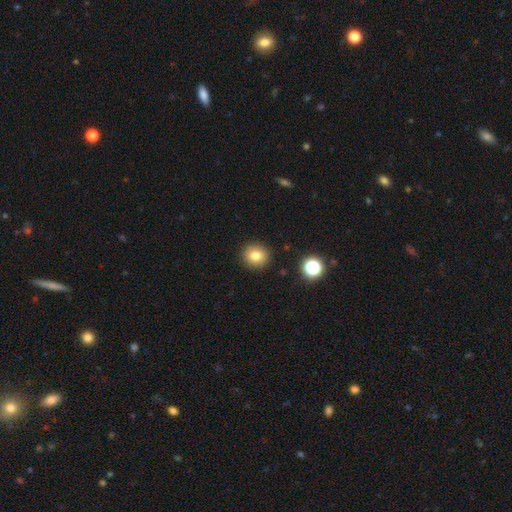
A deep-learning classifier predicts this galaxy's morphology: This appears to be a smooth galaxy with no disk features (80%) that is round (89%). Merging: none (91%).